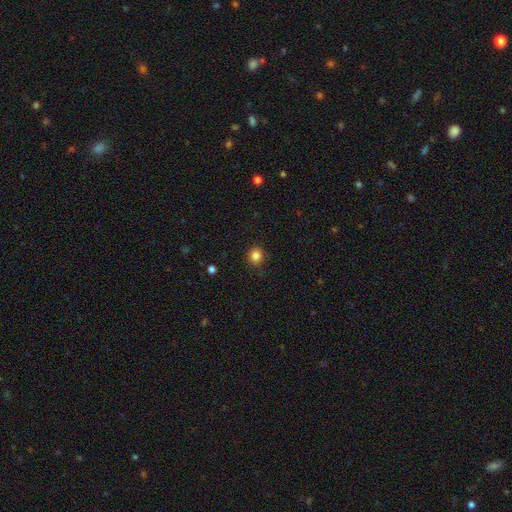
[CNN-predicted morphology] Smooth or featured? smooth (84%)
How rounded? round (84%)
Merging? none (87%)